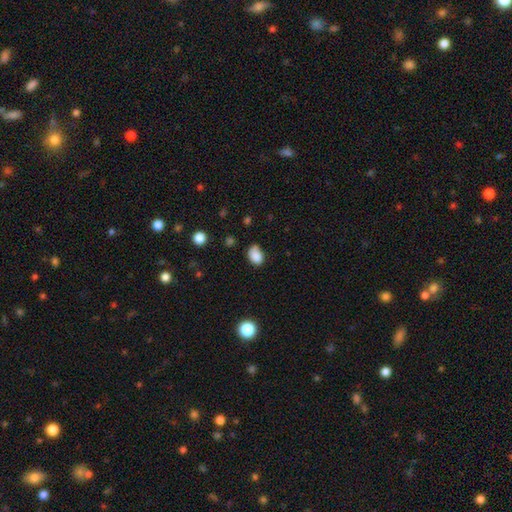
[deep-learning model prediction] A smooth galaxy with no disk features (85%) that is in between round and cigar-shaped (79%). Merging: none (57%).